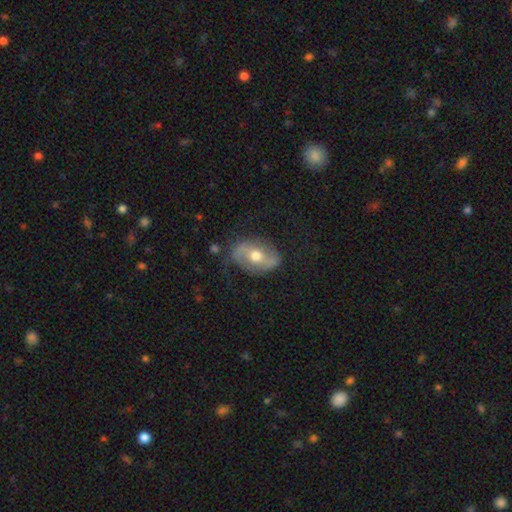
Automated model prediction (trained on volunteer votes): Smooth or featured: featured or disk — 65% (smooth — 28%)
Edge-on disk: no — 93% (yes — 7%)
Bar: no — 35% (weak — 34%)
Spiral arms: yes — 70% (no — 30%)
Bulge size: moderate — 77% (small — 13%)
Merging: none — 75% (minor disturbance — 17%)